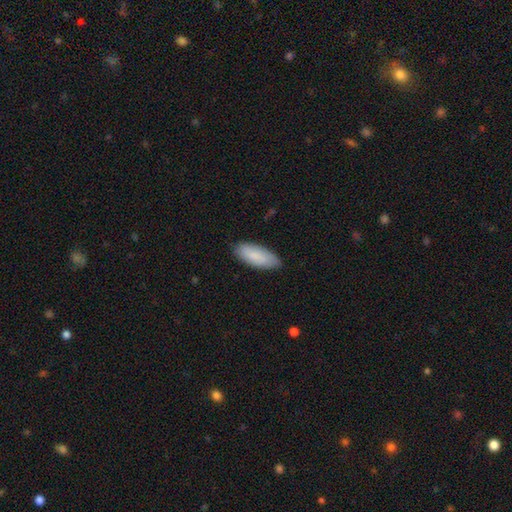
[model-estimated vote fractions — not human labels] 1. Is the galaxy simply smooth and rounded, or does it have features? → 86% smooth, 9% featured or disk, 5% star or artifact.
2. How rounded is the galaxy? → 80% in between, 18% cigar-shaped, 2% round.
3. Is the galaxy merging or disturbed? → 83% none, 14% minor disturbance, 2% major disturbance, 1% merger.